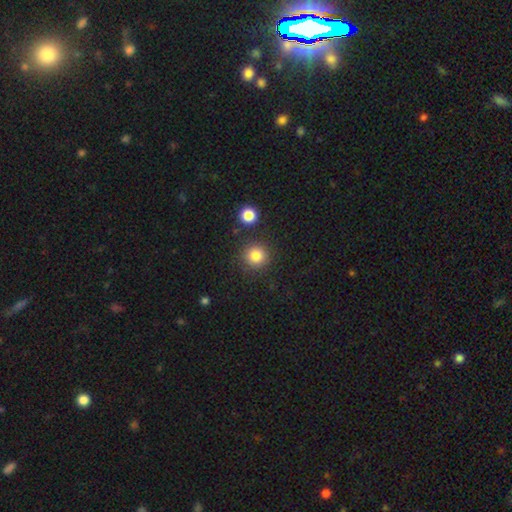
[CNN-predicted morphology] Overall: smooth (84%). How rounded: round (93%). Merging: none (85%).